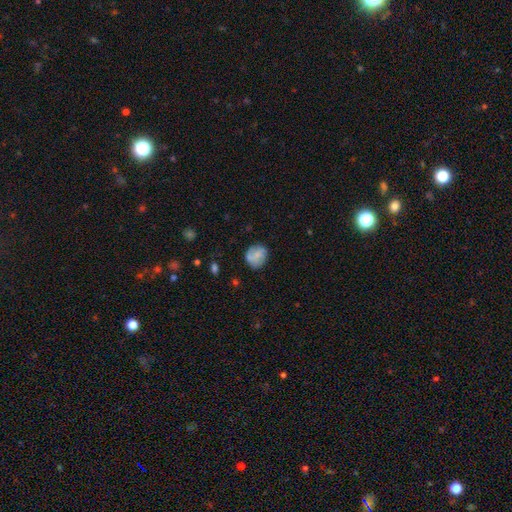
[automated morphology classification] A smooth galaxy with no disk features (63%) that is round (70%).

Vote fractions:
- Smooth or featured? smooth: 63% / featured or disk: 29% / star or artifact: 9%
- How rounded? round: 70% / in between: 29% / cigar-shaped: 1%
- Merging? none: 65% / minor disturbance: 23% / major disturbance: 8% / merger: 5%